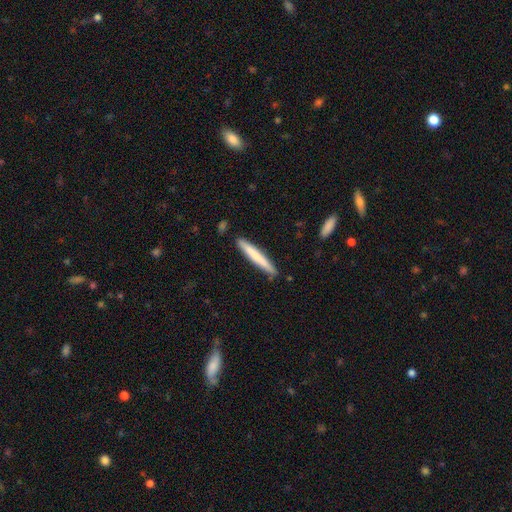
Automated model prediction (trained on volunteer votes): Smooth or featured: smooth — 69% (featured or disk — 26%)
How rounded: cigar-shaped — 96% (in between — 3%)
Merging: none — 87% (minor disturbance — 10%)